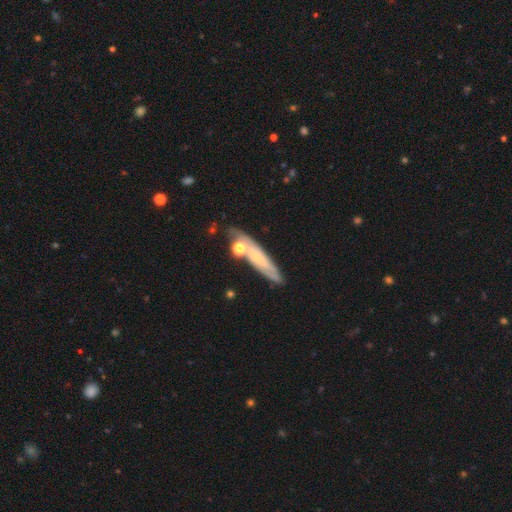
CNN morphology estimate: smooth_or_featured: featured or disk (p=0.50) [alt: smooth p=0.41]
merging: none (p=0.64) [alt: minor disturbance p=0.18]